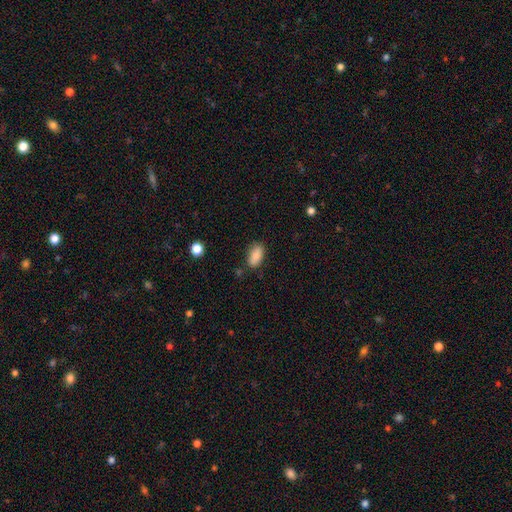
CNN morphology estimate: The model was most divided on "merging": none: 80%, minor disturbance: 14%, major disturbance: 3%, merger: 3%. More confident: how rounded — in between (91%); smooth or featured — smooth (86%).